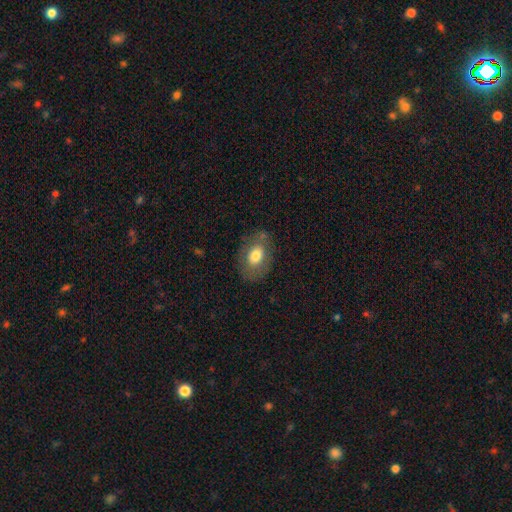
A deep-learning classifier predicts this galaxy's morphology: This appears to be a smooth galaxy with no disk features (71%) that is in between round and cigar-shaped (77%). Merging: none (78%).